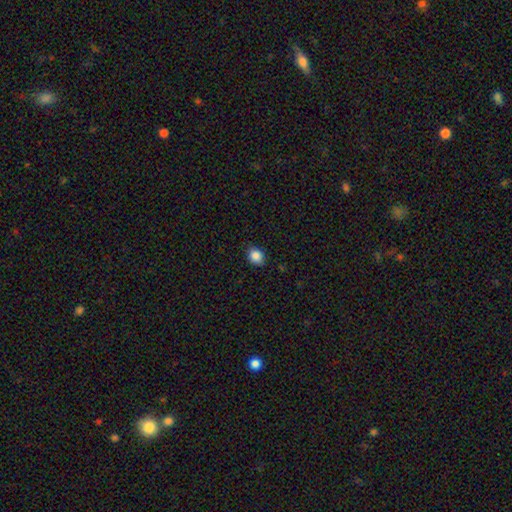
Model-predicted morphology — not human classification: A smooth galaxy with no disk features (87%) that is round (56%).

Vote fractions:
- Smooth or featured? smooth: 87% / star or artifact: 9% / featured or disk: 4%
- How rounded? round: 56% / in between: 44% / cigar-shaped: 1%
- Merging? none: 86% / minor disturbance: 11% / major disturbance: 2% / merger: 1%